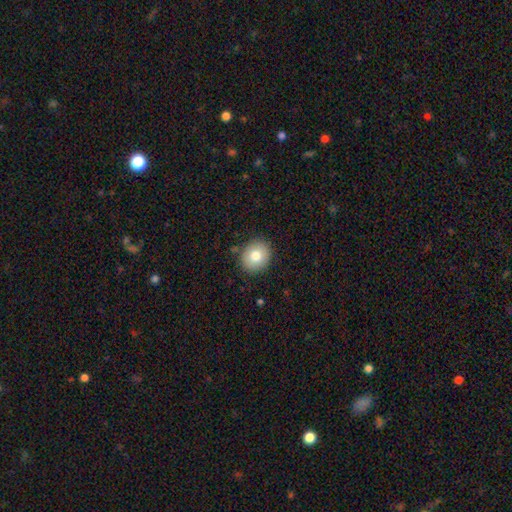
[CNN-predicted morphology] This appears to be a smooth galaxy with no disk features (78%) that is round (74%). Merging: none (87%).